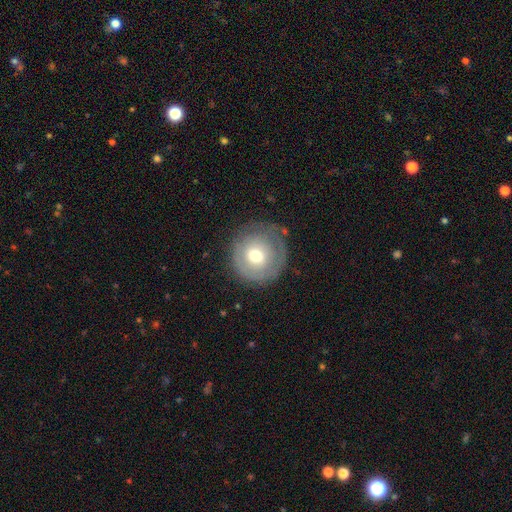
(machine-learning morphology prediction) Overall: smooth (58%; featured or disk 34%). How rounded: round (93%). Merging: none (69%).